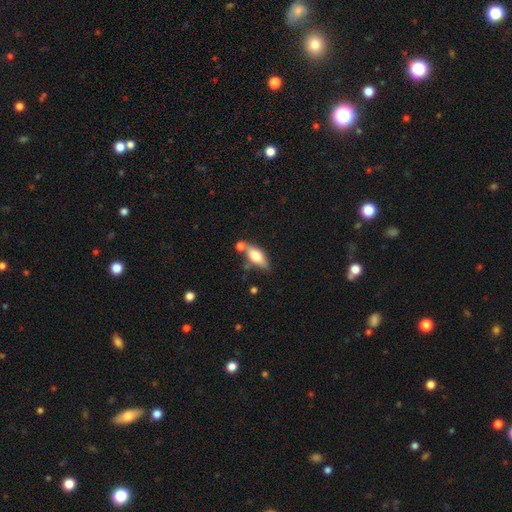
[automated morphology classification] This is likely a smooth galaxy (60%). How rounded: likely in between (73%). Merging: possibly none (54%).